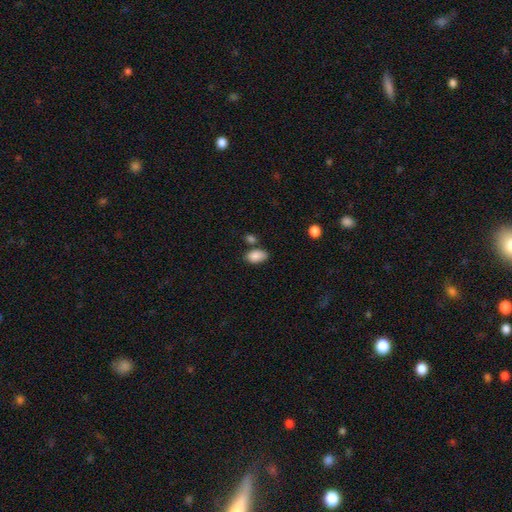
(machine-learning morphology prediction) A smooth galaxy with no disk features (88%) that is in between round and cigar-shaped (92%). Merging: none (68%).